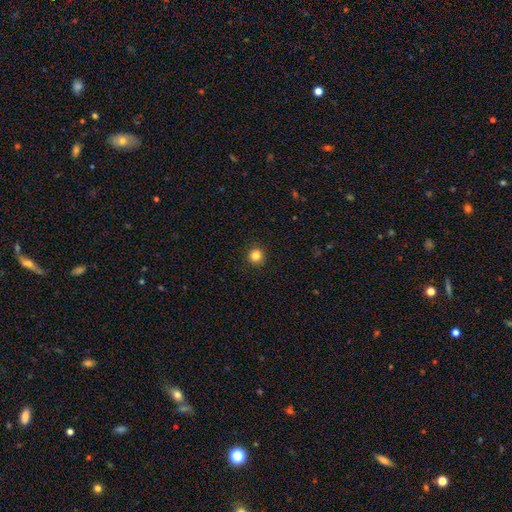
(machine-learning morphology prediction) A smooth galaxy with no disk features (84%) that is round (94%). Merging: none (92%).